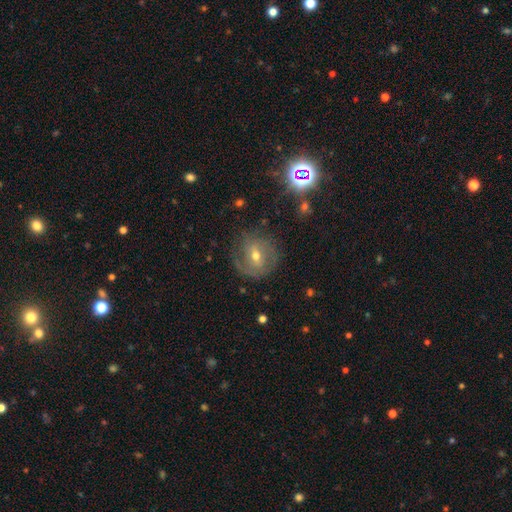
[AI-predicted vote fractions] Smooth or featured? featured or disk (68%)
Edge-on disk? no (95%)
Bar? weak (48%)
Spiral arms? yes (84%)
Spiral winding? tight (52%)
Spiral arm count? 2 (41%)
Bulge size? moderate (59%)
Merging? none (73%)